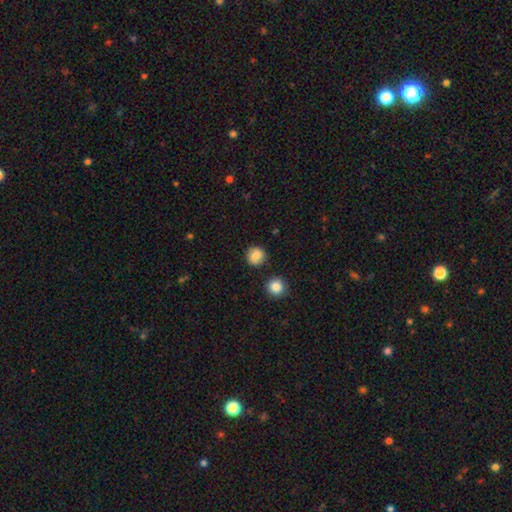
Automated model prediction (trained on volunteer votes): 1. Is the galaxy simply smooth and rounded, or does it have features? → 78% smooth, 13% featured or disk, 9% star or artifact.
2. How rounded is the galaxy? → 88% round, 11% in between, 1% cigar-shaped.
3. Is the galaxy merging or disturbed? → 83% none, 10% minor disturbance, 4% merger, 3% major disturbance.